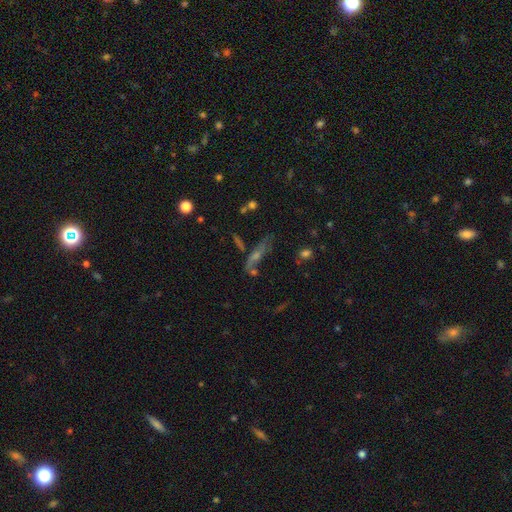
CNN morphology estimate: Smooth or featured? Predicted: featured or disk (p=0.41). Merging? Predicted: none (p=0.49).